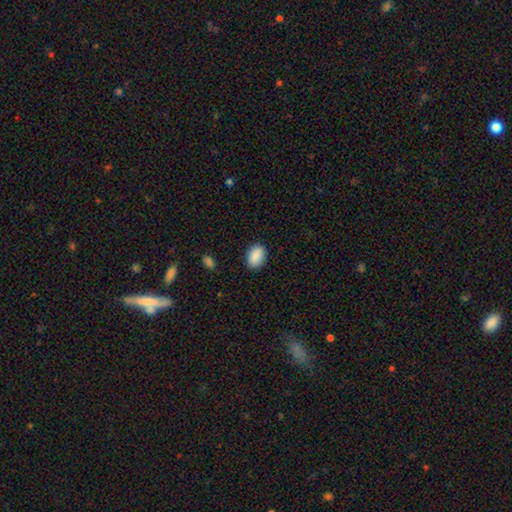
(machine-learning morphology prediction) The model was most divided on "how rounded": in between: 82%, round: 17%, cigar-shaped: 1%. More confident: smooth or featured — smooth (89%); merging — none (86%).